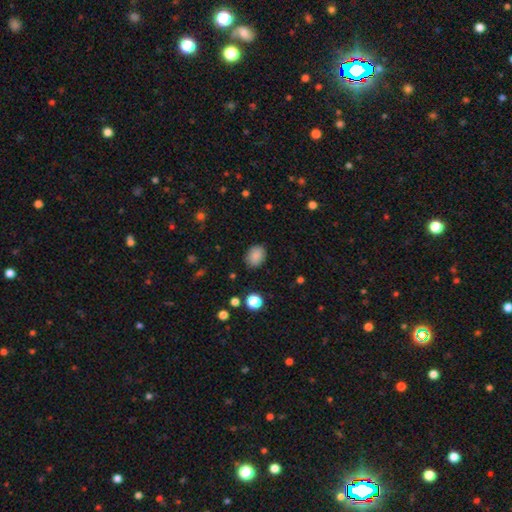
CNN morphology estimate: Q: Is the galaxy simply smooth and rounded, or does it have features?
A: smooth — 86%.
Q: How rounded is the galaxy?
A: in between — 62%.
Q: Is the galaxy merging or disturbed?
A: none — 85%.